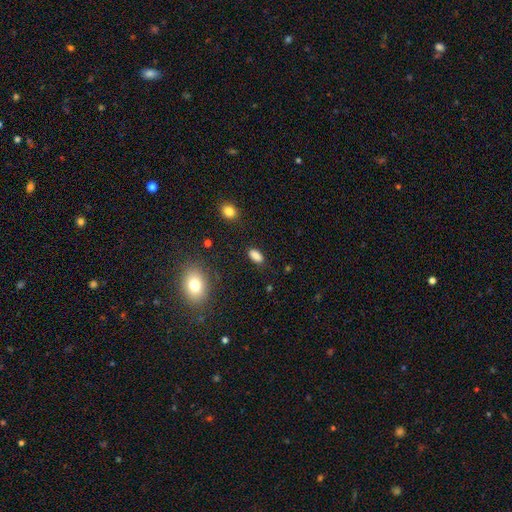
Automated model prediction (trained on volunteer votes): This appears to be a smooth galaxy with no disk features (84%) that is in between round and cigar-shaped (89%). Merging: none (83%).